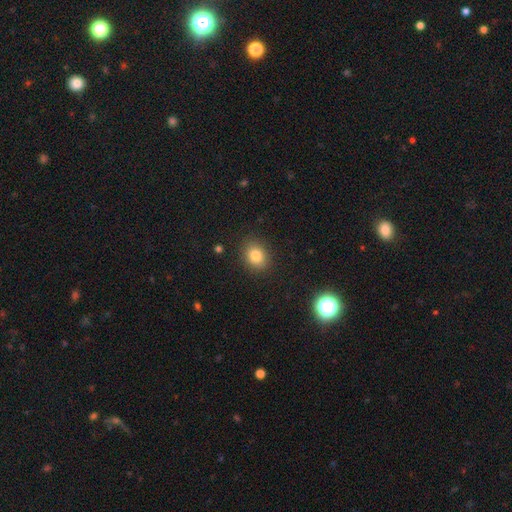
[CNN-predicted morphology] type=smooth (82%); roundness=round (58%); merging=none (88%).